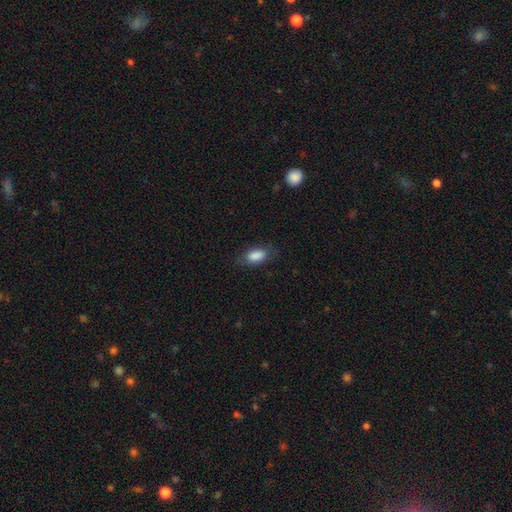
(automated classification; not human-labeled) Overall: smooth (86%). How rounded: in between (89%). Merging: none (75%).